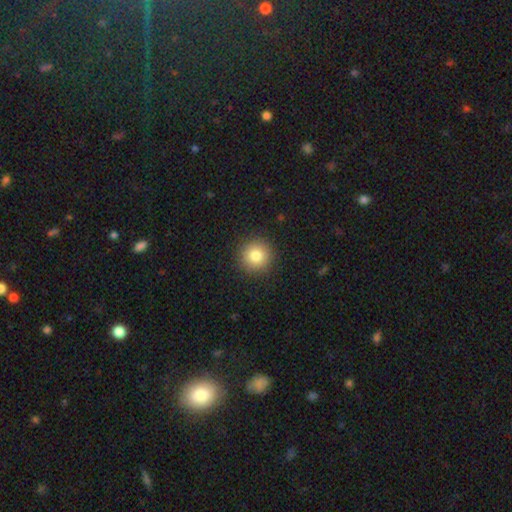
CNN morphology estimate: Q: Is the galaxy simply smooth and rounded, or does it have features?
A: smooth — 82%.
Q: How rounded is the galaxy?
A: round — 95%.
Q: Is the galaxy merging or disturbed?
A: none — 92%.